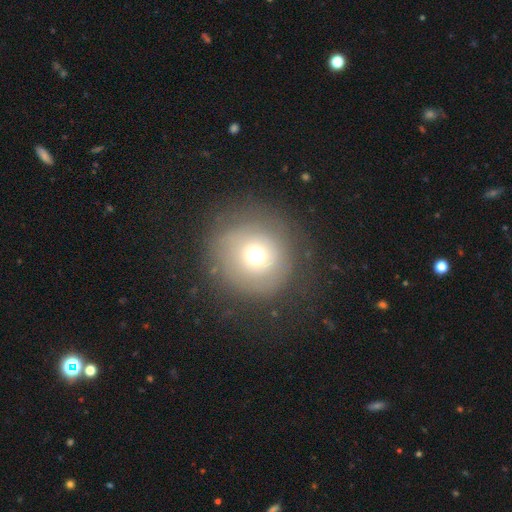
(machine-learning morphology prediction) smooth-or-featured: smooth: 64% | featured or disk: 22% | star or artifact: 14%
  how-rounded: round: 94% | in between: 5% | cigar-shaped: 1%
  merging: none: 73% | minor disturbance: 15% | major disturbance: 11% | merger: 2%